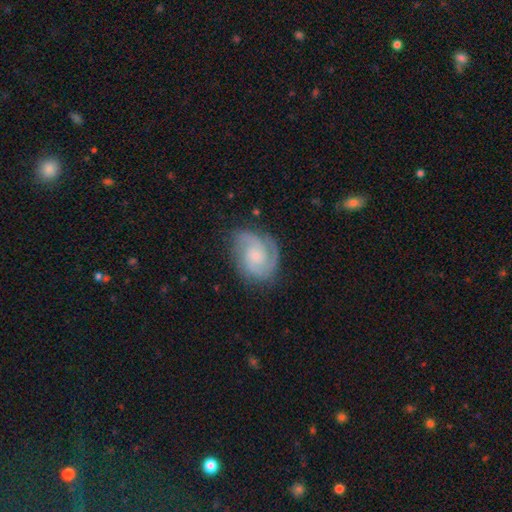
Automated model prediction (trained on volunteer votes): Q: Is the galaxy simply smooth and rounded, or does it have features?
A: featured or disk — 84%.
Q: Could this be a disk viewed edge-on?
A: no — 98%.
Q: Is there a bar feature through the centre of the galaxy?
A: no — 68%.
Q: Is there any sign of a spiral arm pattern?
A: yes — 97%.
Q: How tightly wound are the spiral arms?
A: tight — 50%.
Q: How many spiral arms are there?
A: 2 — 55%.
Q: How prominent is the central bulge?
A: small — 64%.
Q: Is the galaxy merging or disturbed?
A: none — 74%.